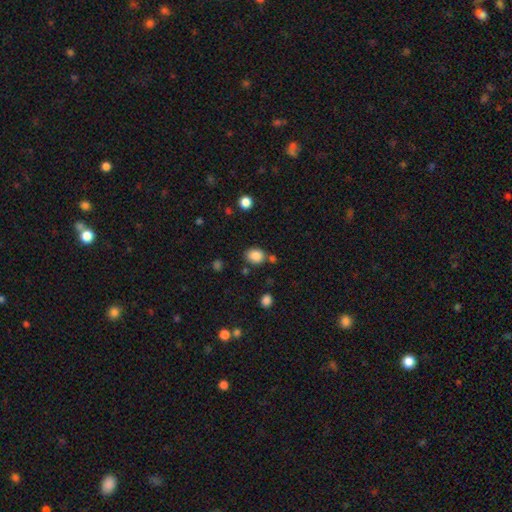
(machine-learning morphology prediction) Q: Smooth or featured?
A: smooth (86%); runner-up: star or artifact (10%)
Q: How rounded?
A: in between (51%); runner-up: round (48%)
Q: Merging?
A: none (72%); runner-up: minor disturbance (13%)